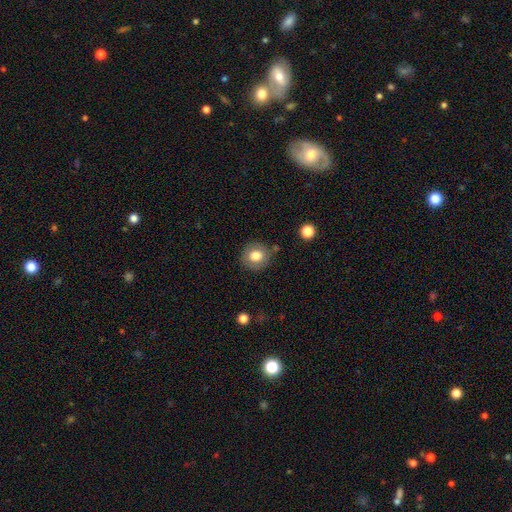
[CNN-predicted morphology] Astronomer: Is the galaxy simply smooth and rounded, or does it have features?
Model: smooth — 78%.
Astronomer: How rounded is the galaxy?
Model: round — 83%.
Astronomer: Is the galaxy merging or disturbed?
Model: none — 81%.